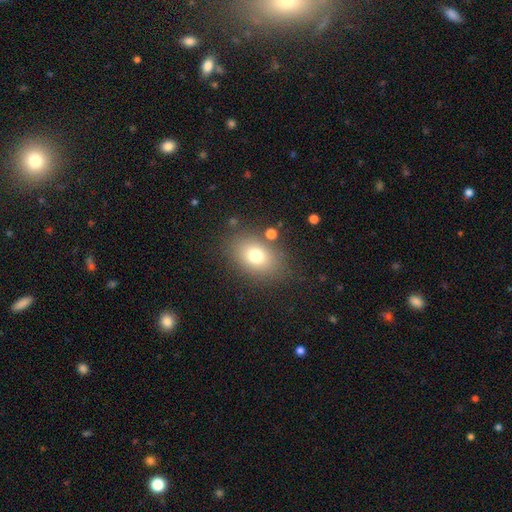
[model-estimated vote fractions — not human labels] Overall: smooth (75%). How rounded: in between (77%). Merging: none (79%).